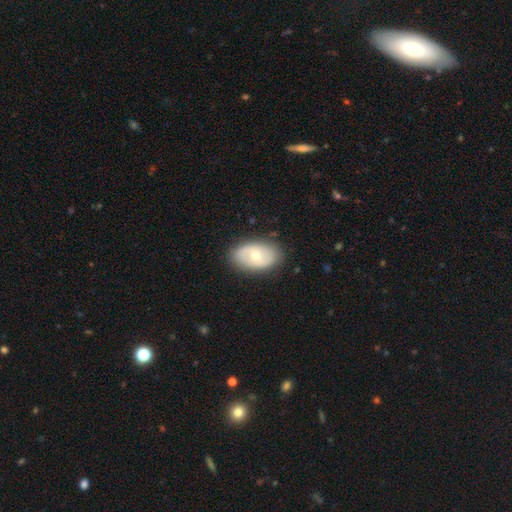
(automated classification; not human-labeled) Smooth or featured? smooth (50%)
How rounded? in between (90%)
Merging? none (84%)